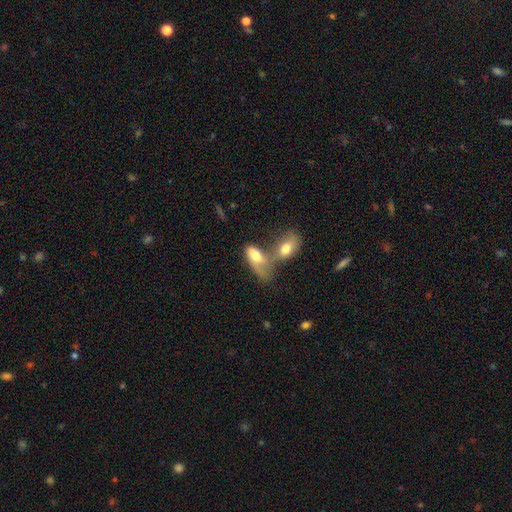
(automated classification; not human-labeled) Q: Smooth or featured?
A: smooth (69%); runner-up: featured or disk (25%)
Q: How rounded?
A: in between (87%); runner-up: cigar-shaped (9%)
Q: Merging?
A: merger (72%); runner-up: none (11%)